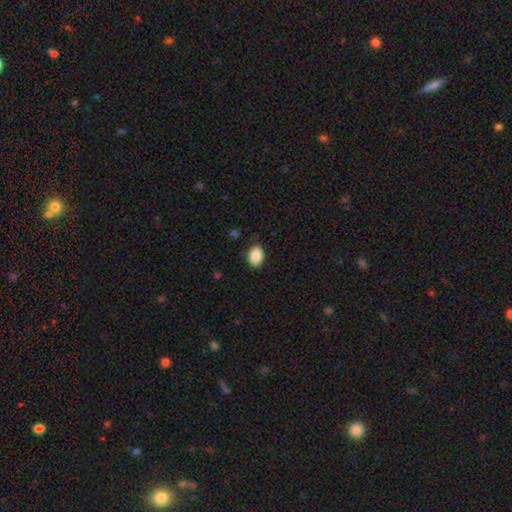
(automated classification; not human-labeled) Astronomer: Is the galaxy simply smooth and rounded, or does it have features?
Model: smooth — 89%.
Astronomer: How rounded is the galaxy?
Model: in between — 81%.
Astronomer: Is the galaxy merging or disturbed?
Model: none — 82%.